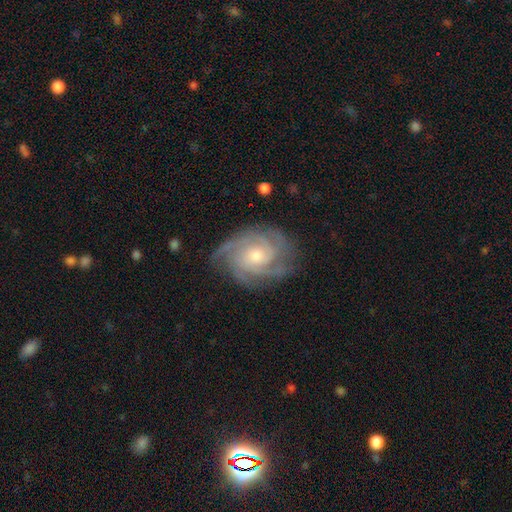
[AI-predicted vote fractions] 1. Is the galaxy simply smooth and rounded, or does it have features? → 88% featured or disk, 7% smooth, 5% star or artifact.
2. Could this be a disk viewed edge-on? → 98% no, 2% yes.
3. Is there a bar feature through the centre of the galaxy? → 74% no, 23% weak, 4% strong.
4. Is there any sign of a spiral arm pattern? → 98% yes, 2% no.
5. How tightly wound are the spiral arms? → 66% tight, 29% medium, 5% loose.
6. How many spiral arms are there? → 34% 3, 26% 4, 17% can't tell, 12% 2, 6% more than 4, 6% 1.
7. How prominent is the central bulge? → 52% moderate, 42% small, 3% large, 1% none, 1% dominant.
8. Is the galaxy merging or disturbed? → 77% none, 17% minor disturbance, 5% major disturbance, 1% merger.